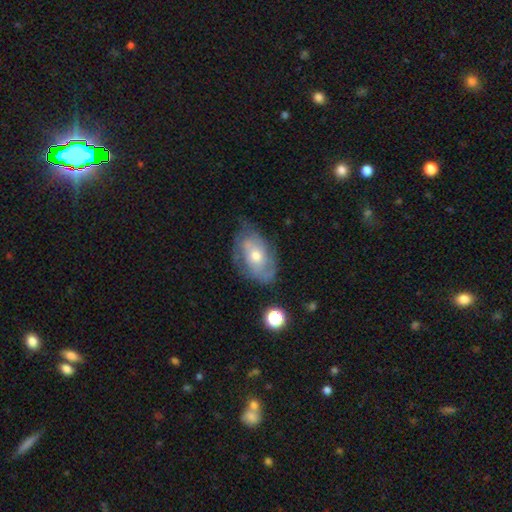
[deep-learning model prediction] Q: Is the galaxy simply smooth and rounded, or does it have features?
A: featured or disk — 65%.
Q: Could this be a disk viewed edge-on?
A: no — 94%.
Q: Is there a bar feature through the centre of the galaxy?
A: no — 76%.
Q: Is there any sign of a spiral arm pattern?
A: yes — 76%.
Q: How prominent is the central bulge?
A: moderate — 62%.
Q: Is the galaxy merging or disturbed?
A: none — 61%.